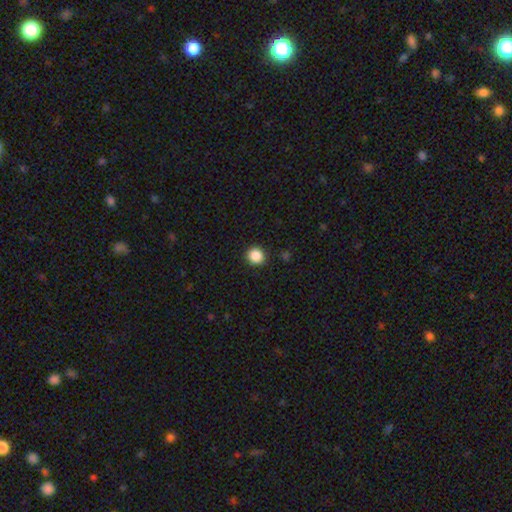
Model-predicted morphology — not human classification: Smooth or featured?
  - smooth: 87% *
  - star or artifact: 10%
  - featured or disk: 3%
How rounded?
  - round: 91% *
  - in between: 8%
  - cigar-shaped: 1%
Merging?
  - none: 91% *
  - minor disturbance: 6%
  - major disturbance: 2%
  - merger: 1%